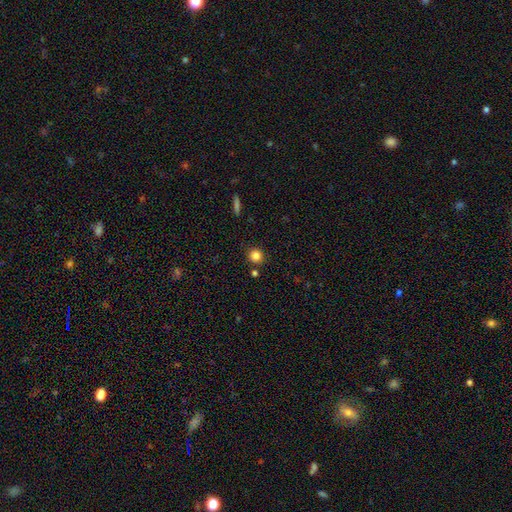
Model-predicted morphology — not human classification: smooth 82%, star or artifact 12%, featured or disk 6%. Down the decision tree: how rounded — round (92%); merging — none (87%).